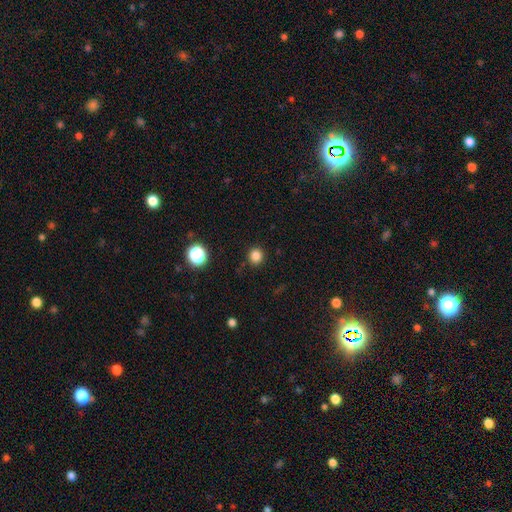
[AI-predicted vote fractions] Smooth or featured? Predicted: smooth (p=0.83). How rounded? Predicted: round (p=0.88). Merging? Predicted: none (p=0.89).